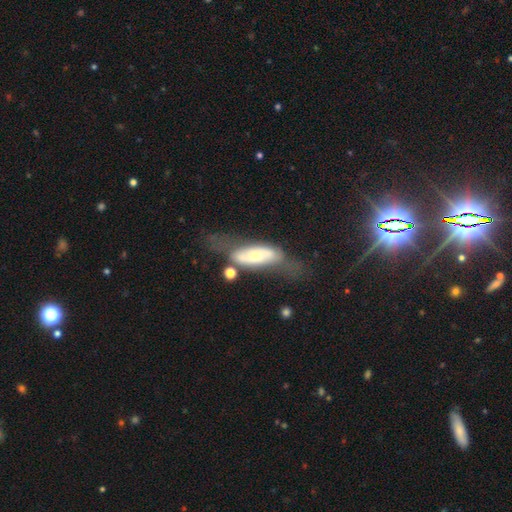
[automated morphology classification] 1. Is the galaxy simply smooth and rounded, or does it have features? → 50% featured or disk, 43% smooth, 6% star or artifact.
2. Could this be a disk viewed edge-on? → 71% no, 29% yes.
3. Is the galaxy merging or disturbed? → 40% none, 26% major disturbance, 25% minor disturbance, 8% merger.